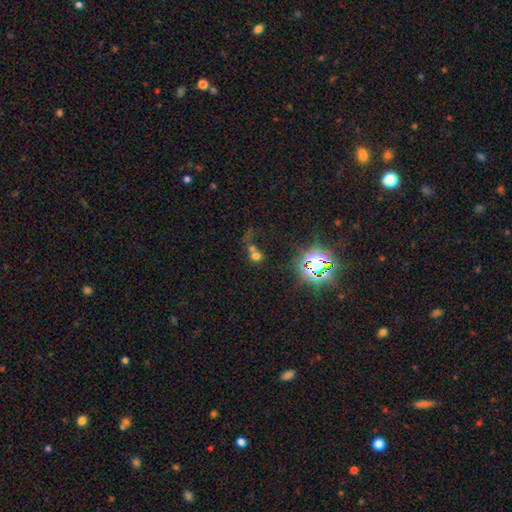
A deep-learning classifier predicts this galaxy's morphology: Overall: smooth (51%; star or artifact 36%). How rounded: round (76%). Merging: merger (47%; none 38%).